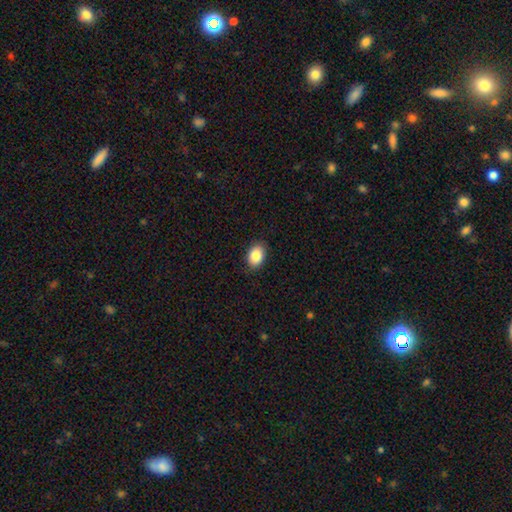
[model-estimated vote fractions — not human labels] This is clearly a smooth galaxy (87%). How rounded: clearly in between (81%). Merging: clearly none (88%).